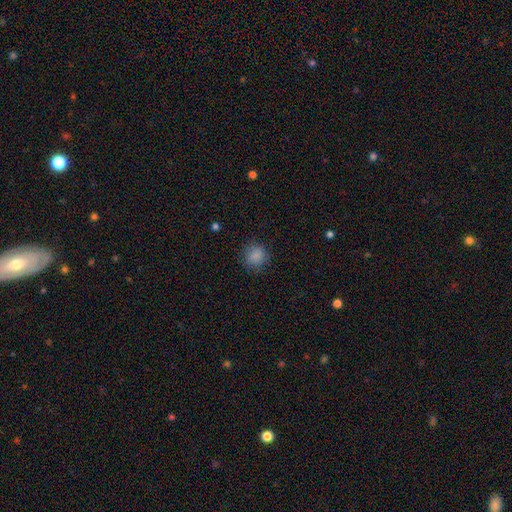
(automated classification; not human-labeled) Morphology: type=smooth (86%); roundness=round (85%); merging=none (83%).